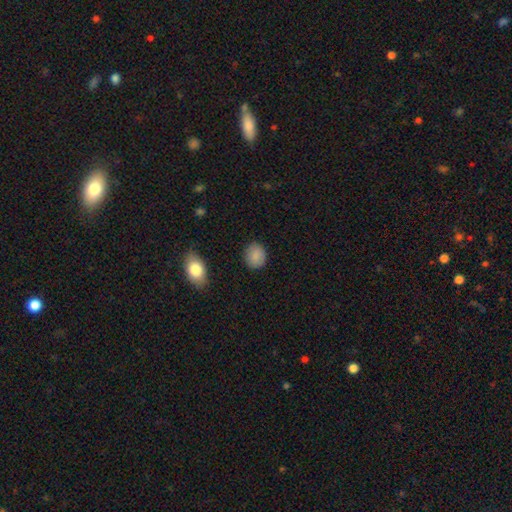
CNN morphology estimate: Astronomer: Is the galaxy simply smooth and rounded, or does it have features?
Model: smooth — 87%.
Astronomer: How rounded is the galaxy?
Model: round — 65%.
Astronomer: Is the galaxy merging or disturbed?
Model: none — 87%.